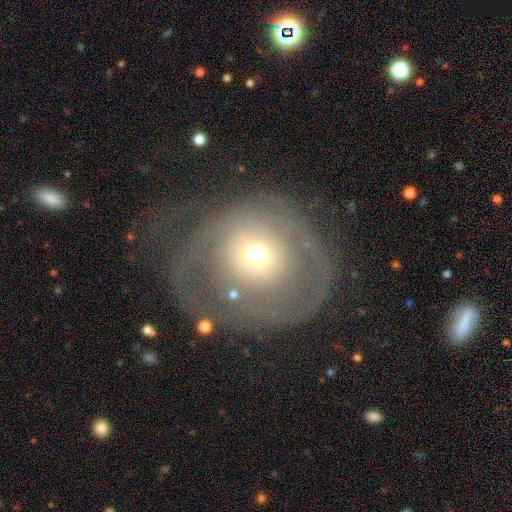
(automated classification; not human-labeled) smooth-or-featured: featured or disk: 57% | smooth: 35% | star or artifact: 8%
  disk-edge-on: no: 96% | yes: 4%
    bar: no: 85% | weak: 11% | strong: 3%
    has-spiral-arms: yes: 50% (tied) | no: 50% (tied)
    bulge-size: moderate: 51% | small: 37% | large: 8% | dominant: 2% | none: 1%
  merging: none: 43% | major disturbance: 35% | minor disturbance: 18% | merger: 4%